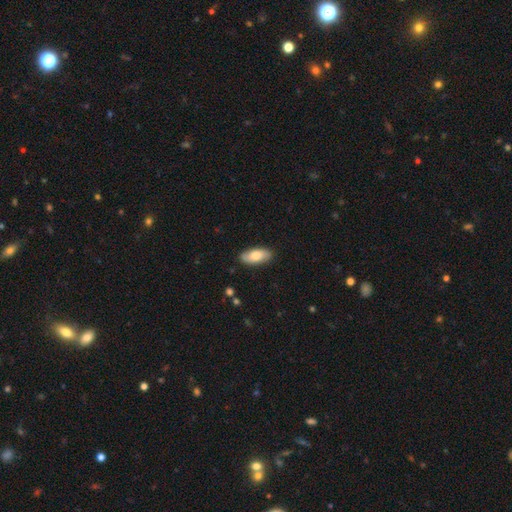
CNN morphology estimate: Overall: smooth (72%). How rounded: in between (86%). Merging: none (86%).